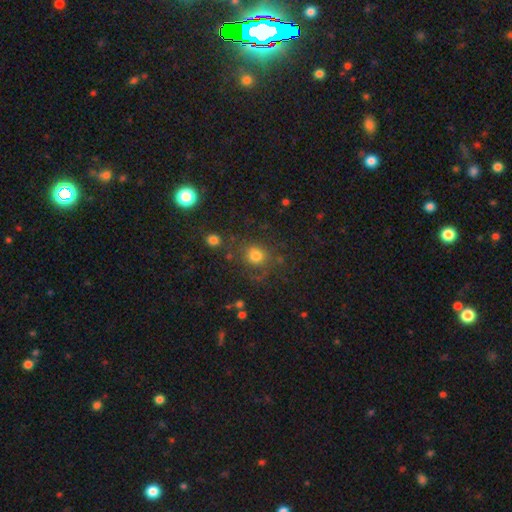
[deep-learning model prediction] Smooth or featured? Predicted: smooth (p=0.72). How rounded? Predicted: round (p=0.82). Merging? Predicted: none (p=0.69).